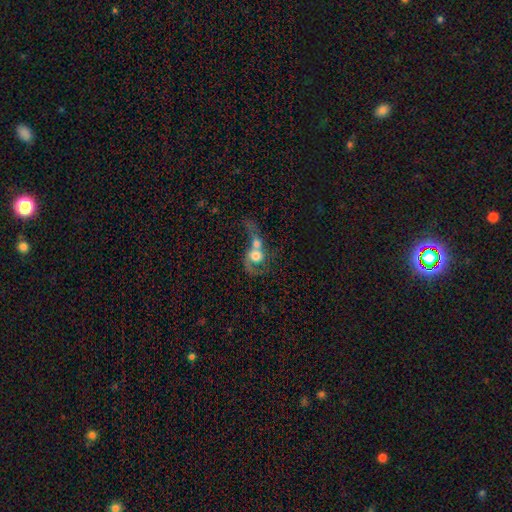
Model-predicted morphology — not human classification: type=featured or disk (49%); merging=merger (76%).